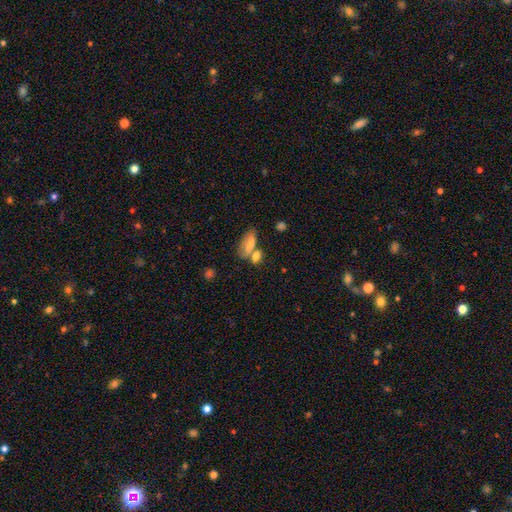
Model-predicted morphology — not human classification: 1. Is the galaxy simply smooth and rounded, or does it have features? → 74% smooth, 16% featured or disk, 11% star or artifact.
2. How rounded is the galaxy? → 77% in between, 13% cigar-shaped, 11% round.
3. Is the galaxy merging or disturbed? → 41% none, 40% merger, 13% minor disturbance, 6% major disturbance.